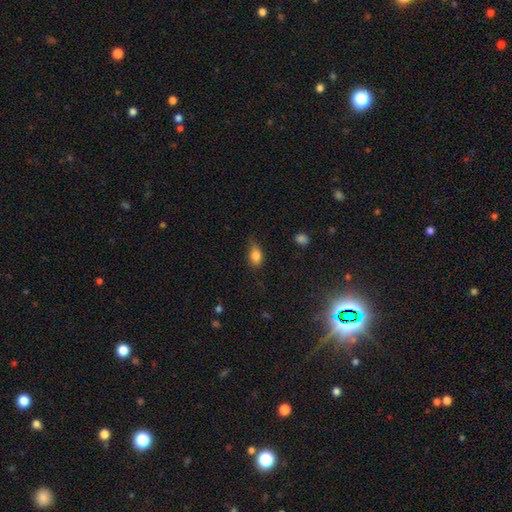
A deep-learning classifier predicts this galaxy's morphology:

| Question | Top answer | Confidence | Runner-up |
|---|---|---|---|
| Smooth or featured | smooth | 84% | star or artifact (9%) |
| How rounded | in between | 83% | round (14%) |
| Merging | none | 67% | minor disturbance (26%) |